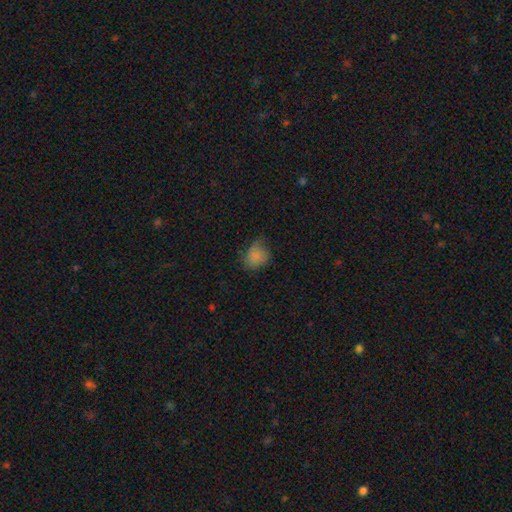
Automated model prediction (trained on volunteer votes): Smooth or featured?
  - smooth: 78% *
  - star or artifact: 12%
  - featured or disk: 10%
How rounded?
  - round: 55% *
  - in between: 44%
  - cigar-shaped: 1%
Merging?
  - none: 53% *
  - minor disturbance: 33%
  - major disturbance: 12%
  - merger: 2%